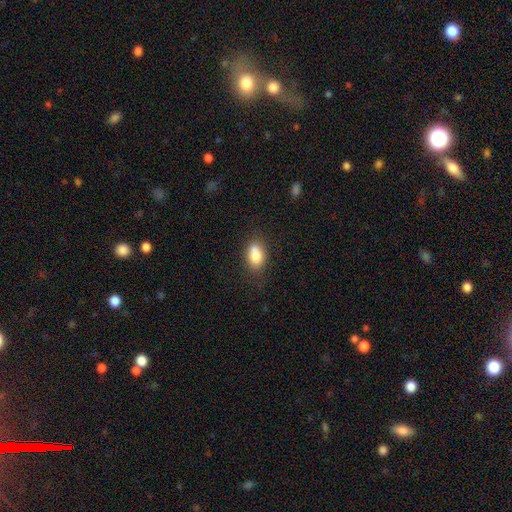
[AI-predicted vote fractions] Q: Smooth or featured?
A: smooth (79%); runner-up: featured or disk (12%)
Q: How rounded?
A: in between (82%); runner-up: round (15%)
Q: Merging?
A: none (61%); runner-up: minor disturbance (19%)